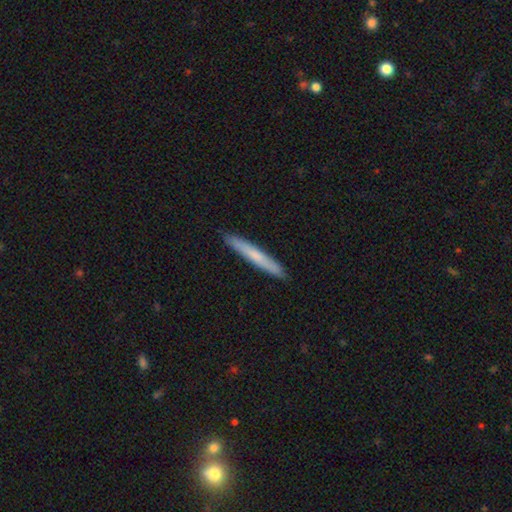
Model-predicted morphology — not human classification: Overall: smooth (63%; featured or disk 31%). How rounded: cigar-shaped (96%). Merging: none (91%).